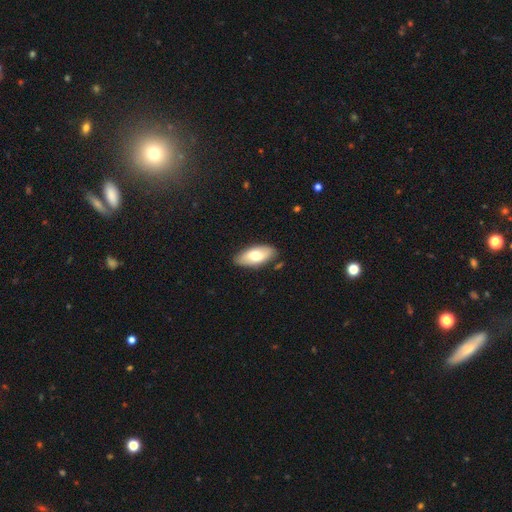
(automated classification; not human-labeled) Smooth or featured? Predicted: smooth (p=0.69). How rounded? Predicted: in between (p=0.89). Merging? Predicted: none (p=0.84).